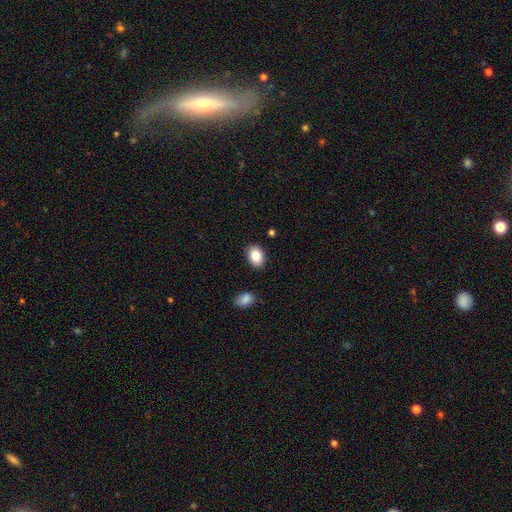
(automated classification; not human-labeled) smooth_or_featured: smooth (p=0.86) [alt: star or artifact p=0.08]
how_rounded: in between (p=0.76) [alt: round p=0.23]
merging: none (p=0.87) [alt: minor disturbance p=0.09]